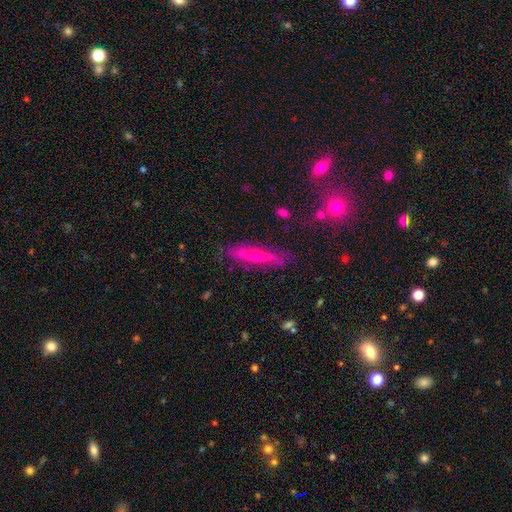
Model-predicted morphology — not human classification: This is likely a featured or disk galaxy (62%). It is clearly viewed edge-on (81%). Edge-on bulge: clearly rounded (82%). Merging: clearly none (82%).